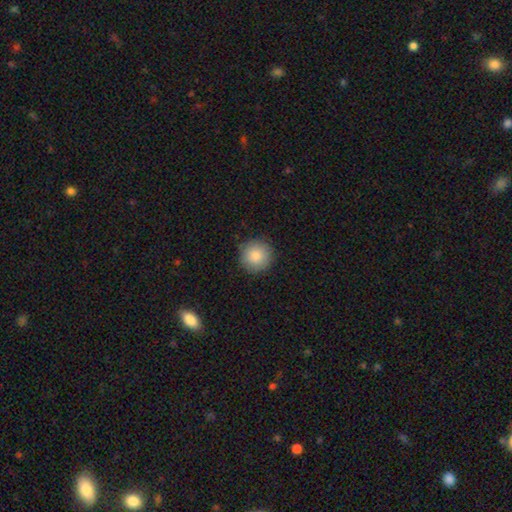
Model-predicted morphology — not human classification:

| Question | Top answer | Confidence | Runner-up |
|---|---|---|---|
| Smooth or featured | smooth | 86% | star or artifact (8%) |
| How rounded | round | 95% | in between (4%) |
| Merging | none | 89% | minor disturbance (8%) |